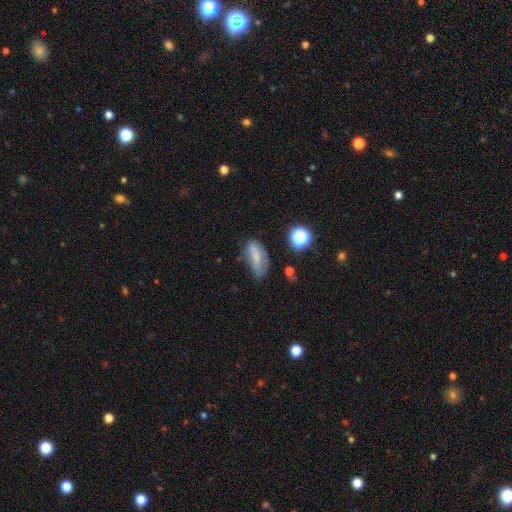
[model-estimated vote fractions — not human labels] Overall: smooth (59%; featured or disk 28%). How rounded: in between (78%). Merging: none (51%; minor disturbance 31%).